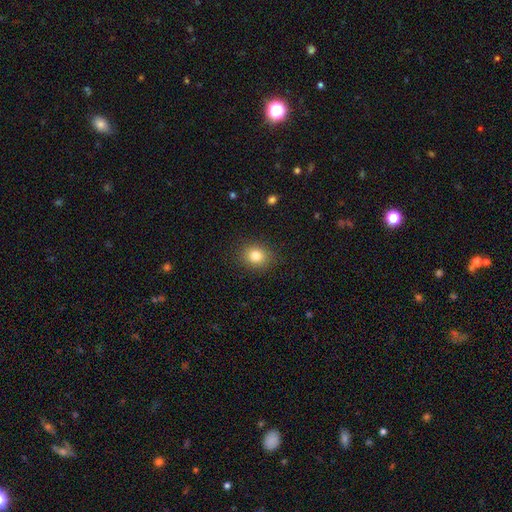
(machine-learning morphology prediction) smooth_or_featured: smooth (p=0.83) [alt: star or artifact p=0.11]
how_rounded: round (p=0.64) [alt: in between p=0.35]
merging: none (p=0.88) [alt: minor disturbance p=0.09]